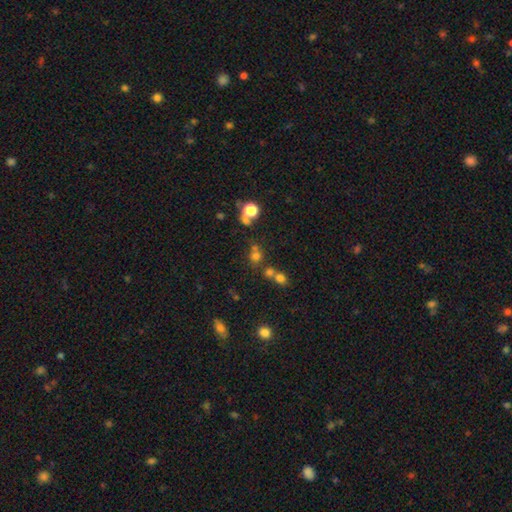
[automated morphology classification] smooth-or-featured: smooth: 63% | star or artifact: 26% | featured or disk: 10%
  how-rounded: round: 85% | in between: 14% | cigar-shaped: 1%
  merging: none: 57% | merger: 30% | minor disturbance: 8% | major disturbance: 5%